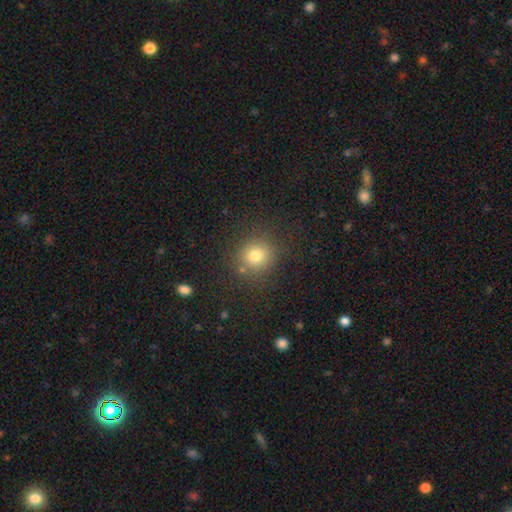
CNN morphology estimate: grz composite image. It shows a smooth galaxy with no disk features (77%) that is round (88%). Merging: none (84%).